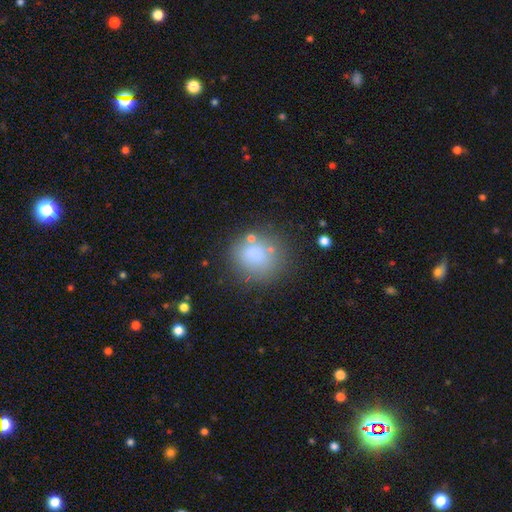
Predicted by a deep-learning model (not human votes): Smooth or featured? smooth (77%)
How rounded? round (80%)
Merging? none (68%)